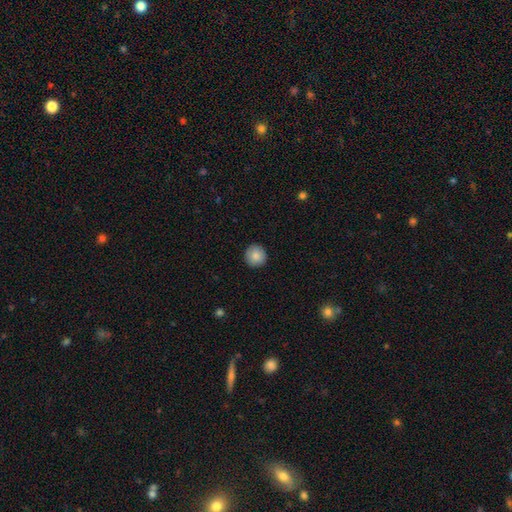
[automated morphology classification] Q: Smooth or featured?
A: smooth (85%); runner-up: star or artifact (8%)
Q: How rounded?
A: round (94%); runner-up: in between (5%)
Q: Merging?
A: none (92%); runner-up: minor disturbance (6%)